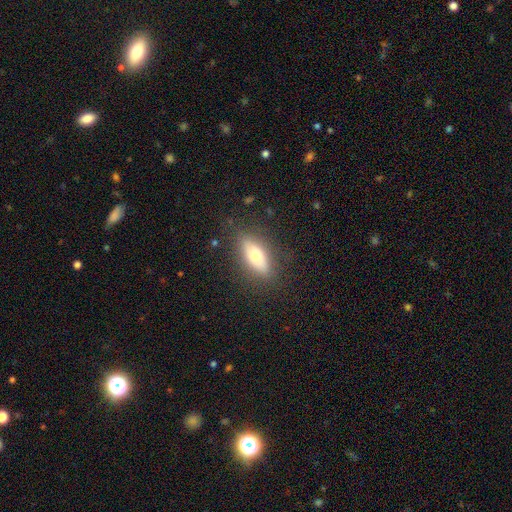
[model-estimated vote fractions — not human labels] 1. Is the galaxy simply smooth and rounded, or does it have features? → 65% smooth, 27% featured or disk, 8% star or artifact.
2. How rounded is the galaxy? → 72% in between, 24% cigar-shaped, 4% round.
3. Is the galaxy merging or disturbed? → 84% none, 11% minor disturbance, 4% major disturbance, 1% merger.